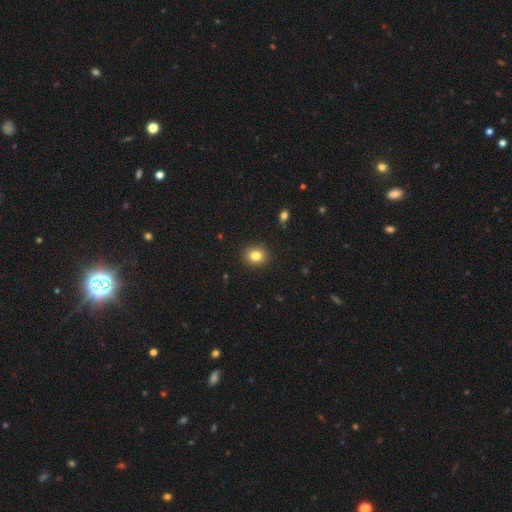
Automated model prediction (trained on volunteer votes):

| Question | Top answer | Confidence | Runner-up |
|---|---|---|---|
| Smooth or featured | smooth | 82% | star or artifact (11%) |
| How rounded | round | 70% | in between (29%) |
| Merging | none | 90% | minor disturbance (7%) |